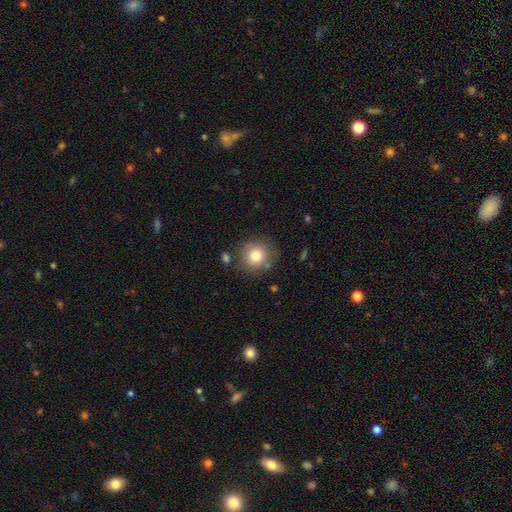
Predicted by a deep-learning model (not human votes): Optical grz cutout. It shows a smooth galaxy with no disk features (79%) that is round (91%). Merging: none (81%).